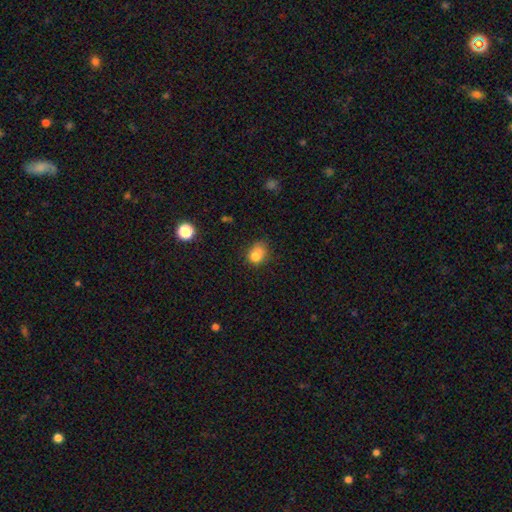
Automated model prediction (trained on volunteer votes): The model was most divided on "how rounded": round: 51%, in between: 48%, cigar-shaped: 1%. Remaining: smooth or featured — smooth (78%); merging — none (44%).